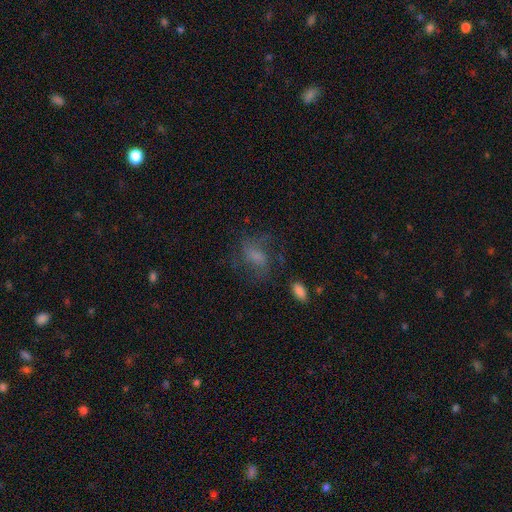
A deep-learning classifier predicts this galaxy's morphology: A smooth galaxy with no disk features (46%). Merging: none (50%).